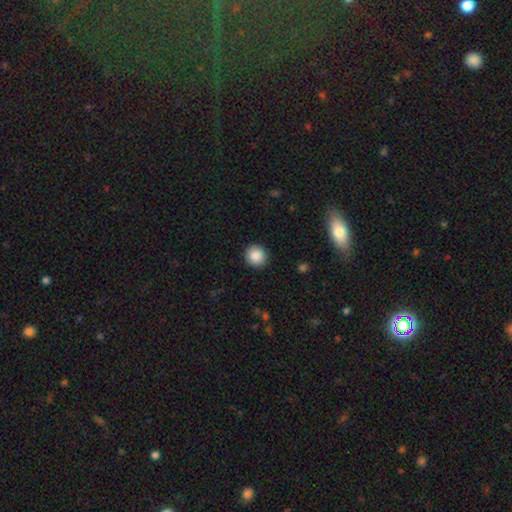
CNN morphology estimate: smooth 88%, star or artifact 8%, featured or disk 4%. Down the decision tree: how rounded — round (91%); merging — none (92%).